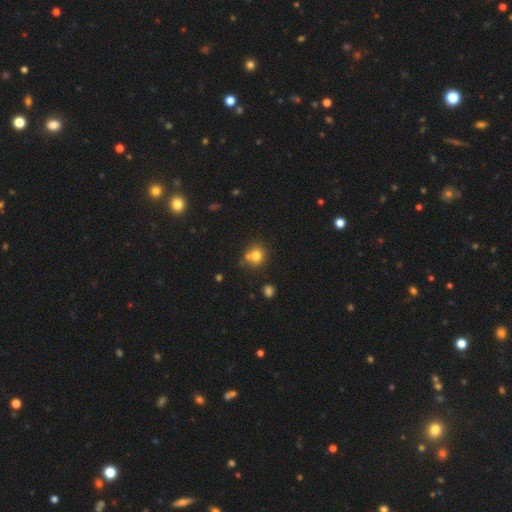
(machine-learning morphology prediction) smooth_or_featured: smooth (p=0.78) [alt: star or artifact p=0.13]
how_rounded: round (p=0.84) [alt: in between p=0.15]
merging: none (p=0.61) [alt: merger p=0.23]